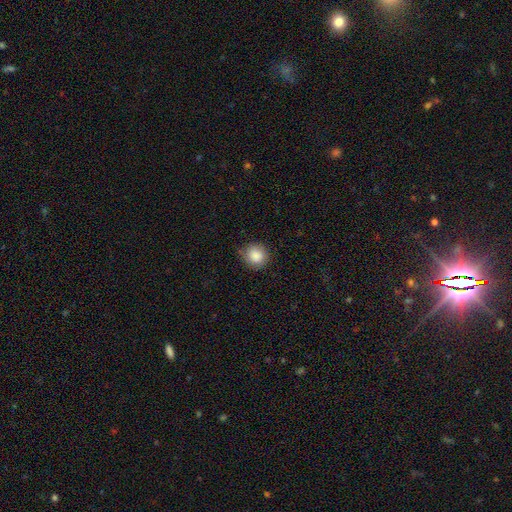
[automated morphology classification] smooth-or-featured: smooth: 87% | star or artifact: 9% | featured or disk: 4%
  how-rounded: round: 90% | in between: 9% | cigar-shaped: 1%
  merging: none: 82% | minor disturbance: 14% | major disturbance: 3% | merger: 1%